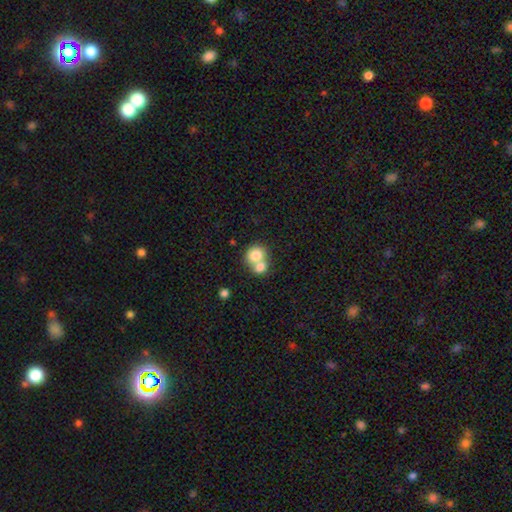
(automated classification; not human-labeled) Smooth or featured? smooth (77%)
How rounded? round (72%)
Merging? merger (63%)